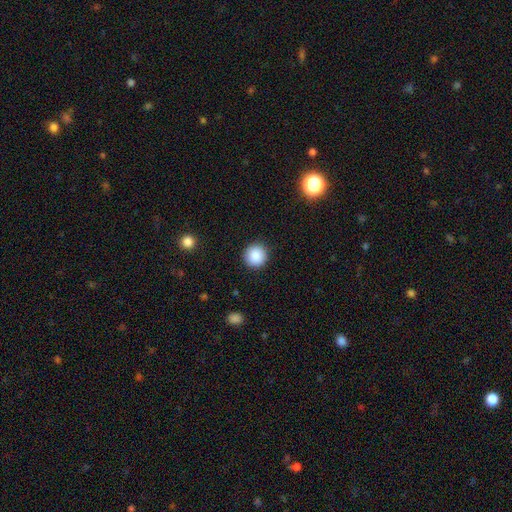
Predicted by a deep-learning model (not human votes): Overall: smooth (88%). How rounded: round (95%). Merging: none (92%).